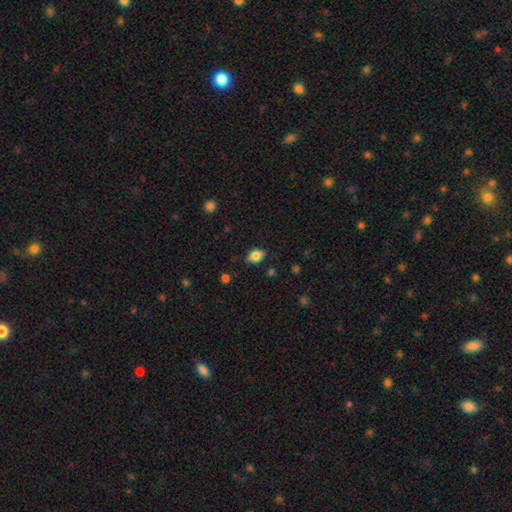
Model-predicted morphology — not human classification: smooth_or_featured: smooth (p=0.79) [alt: featured or disk p=0.11]
how_rounded: in between (p=0.79) [alt: round p=0.18]
merging: none (p=0.78) [alt: minor disturbance p=0.17]